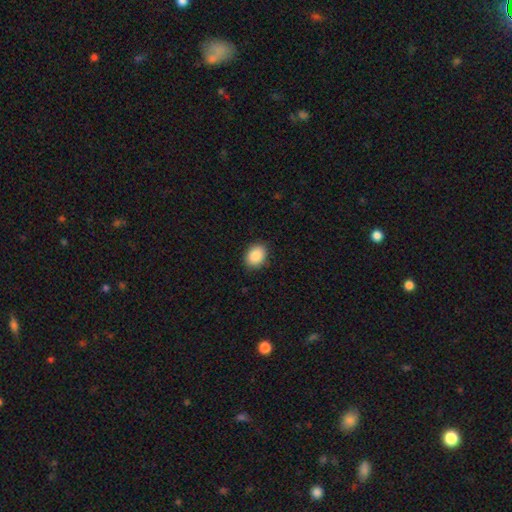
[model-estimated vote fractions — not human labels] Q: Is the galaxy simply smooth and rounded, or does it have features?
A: smooth — 89%.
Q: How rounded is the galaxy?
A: in between — 63%.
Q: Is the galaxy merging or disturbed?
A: none — 88%.